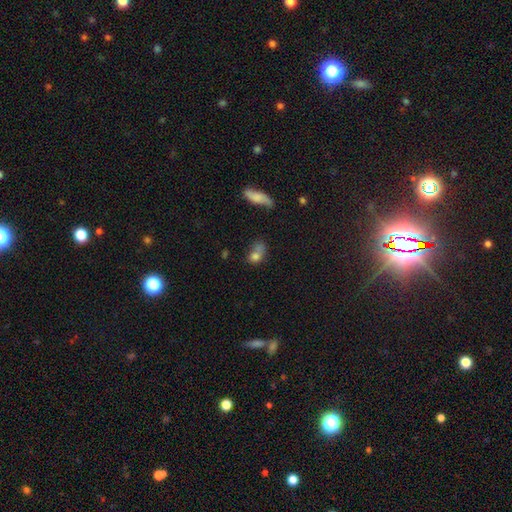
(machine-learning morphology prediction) smooth 73%, featured or disk 16%, star or artifact 11%. Down the decision tree: how rounded — in between (62%); merging — merger (35%).